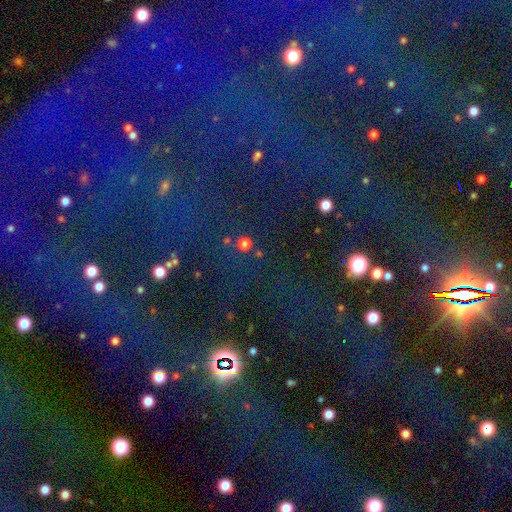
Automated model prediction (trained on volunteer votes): A star or artifact, not a galaxy (84%).

Vote fractions:
- Smooth or featured? star or artifact: 84% / smooth: 10% / featured or disk: 7%